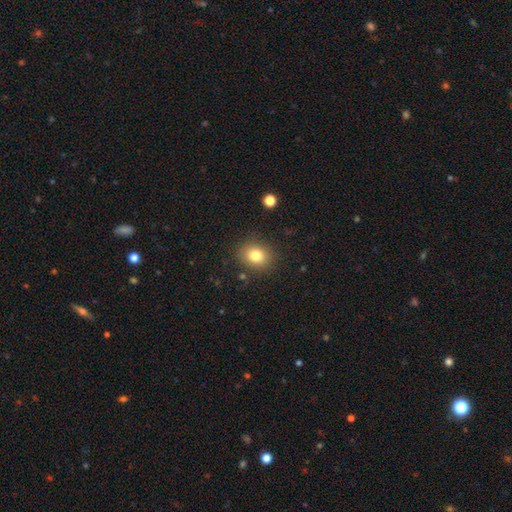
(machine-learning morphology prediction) Q: Smooth or featured?
A: smooth (80%); runner-up: star or artifact (11%)
Q: How rounded?
A: round (56%); runner-up: in between (43%)
Q: Merging?
A: none (85%); runner-up: minor disturbance (10%)